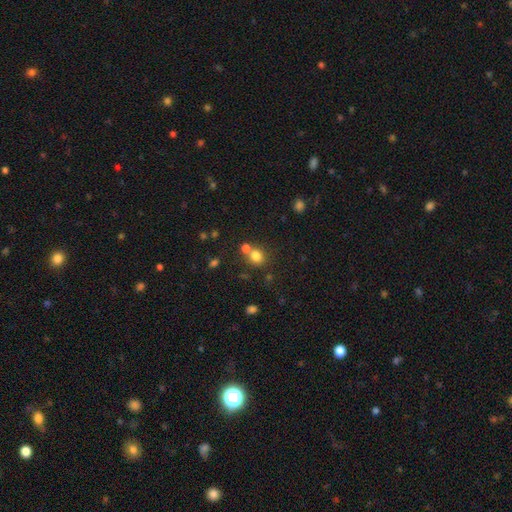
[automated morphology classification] type=smooth (78%); roundness=round (76%); merging=none (57%).